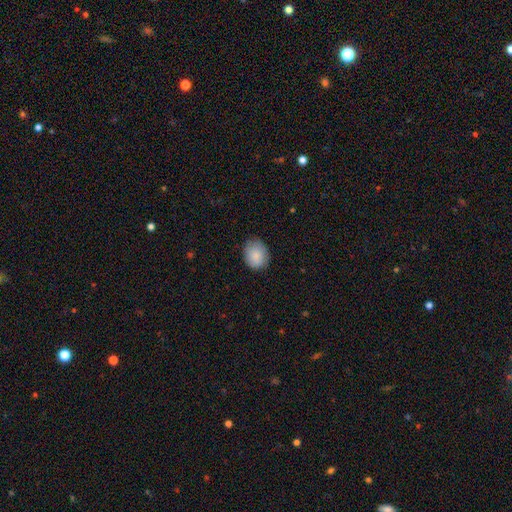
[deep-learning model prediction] smooth_or_featured: smooth (p=0.86) [alt: featured or disk p=0.07]
how_rounded: round (p=0.59) [alt: in between p=0.40]
merging: none (p=0.81) [alt: minor disturbance p=0.16]